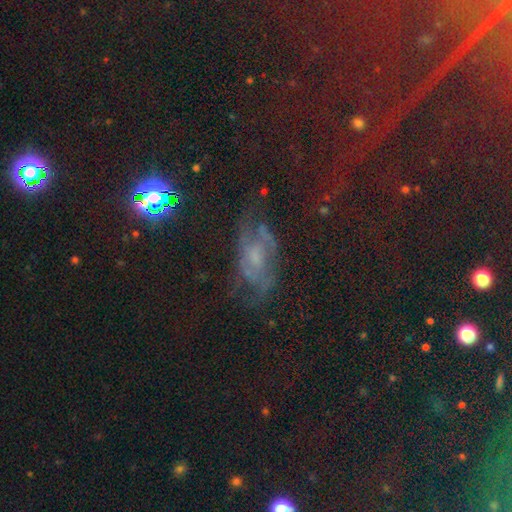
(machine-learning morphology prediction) smooth_or_featured: featured or disk (p=0.42) [alt: star or artifact p=0.35]
merging: none (p=0.56) [alt: minor disturbance p=0.22]